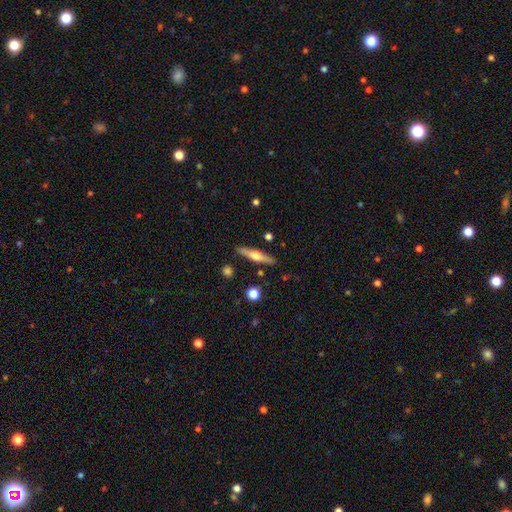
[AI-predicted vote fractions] This is possibly a featured or disk galaxy (56%). It is clearly viewed edge-on (95%). Edge-on bulge: clearly rounded (91%). Merging: clearly none (87%).